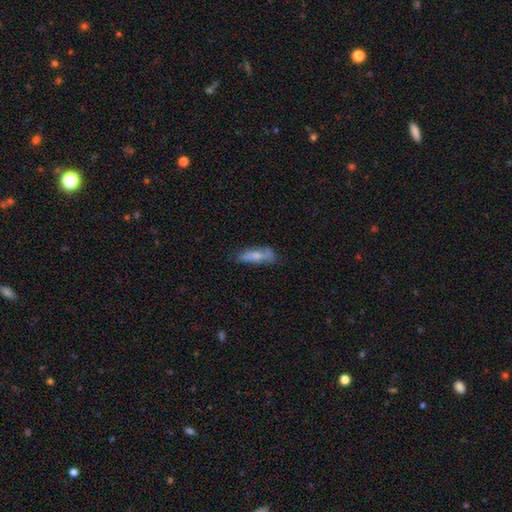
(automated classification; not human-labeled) Smooth or featured? smooth (60%)
How rounded? cigar-shaped (53%)
Merging? none (59%)